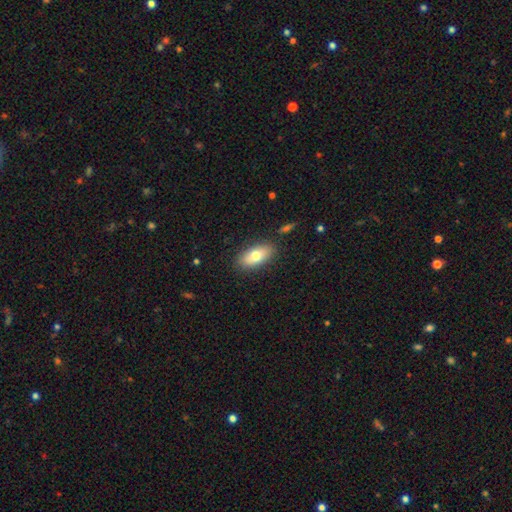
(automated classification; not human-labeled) Smooth or featured? Predicted: smooth (p=0.74). How rounded? Predicted: in between (p=0.89). Merging? Predicted: none (p=0.85).